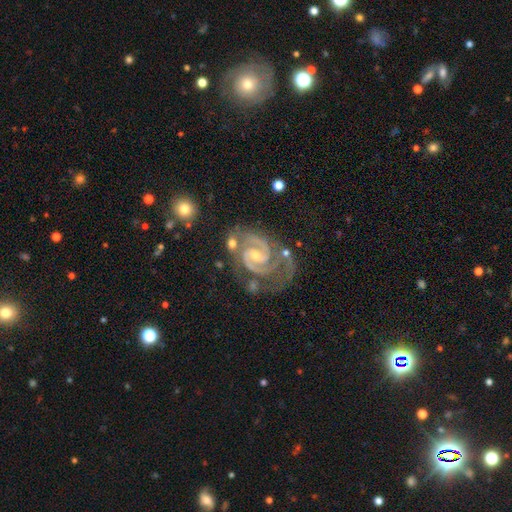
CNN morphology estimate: Smooth or featured? featured or disk (93%)
Edge-on disk? no (98%)
Bar? weak (42%, tied with no)
Spiral arms? yes (99%)
Spiral winding? tight (59%)
Spiral arm count? 2 (85%)
Bulge size? small (62%)
Merging? none (56%)